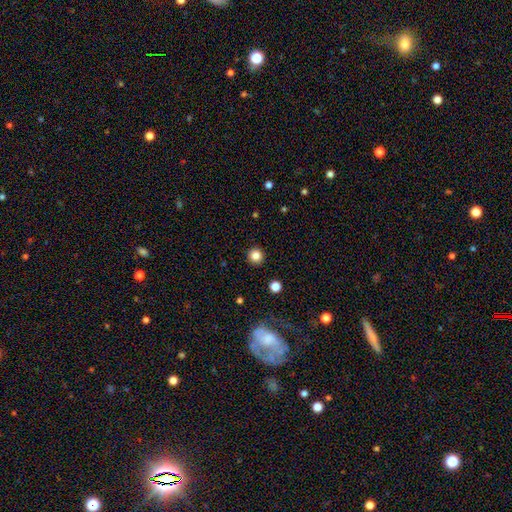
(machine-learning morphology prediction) smooth_or_featured: smooth (p=0.83) [alt: star or artifact p=0.12]
how_rounded: round (p=0.95) [alt: in between p=0.04]
merging: none (p=0.93) [alt: minor disturbance p=0.05]